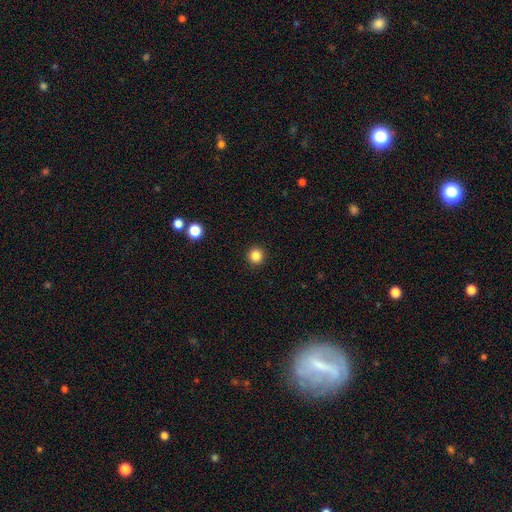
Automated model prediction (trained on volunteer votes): Morphology: type=smooth (85%); roundness=round (95%); merging=none (93%).